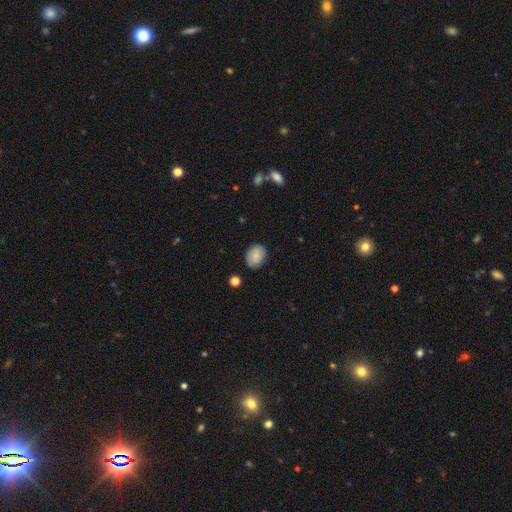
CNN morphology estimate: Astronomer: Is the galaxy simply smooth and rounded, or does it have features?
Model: smooth — 77%.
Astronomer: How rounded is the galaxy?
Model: in between — 57% (runner-up: round, 42%).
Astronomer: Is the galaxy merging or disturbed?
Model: none — 81%.